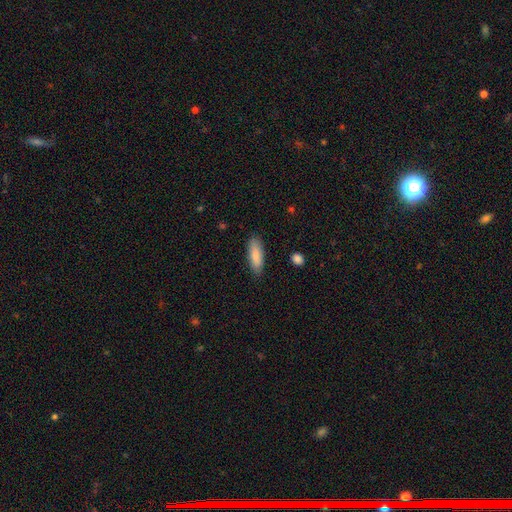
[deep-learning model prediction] The model was most divided on "how rounded": in between: 61%, cigar-shaped: 38%, round: 2%. More confident: smooth or featured — smooth (86%); merging — none (85%).